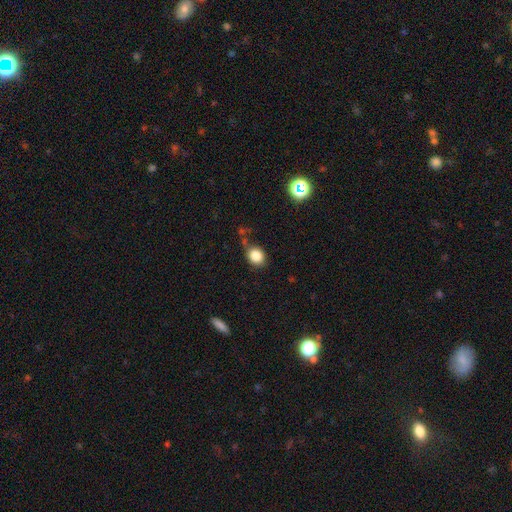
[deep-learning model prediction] Smooth or featured? smooth (84%)
How rounded? round (66%)
Merging? none (72%)